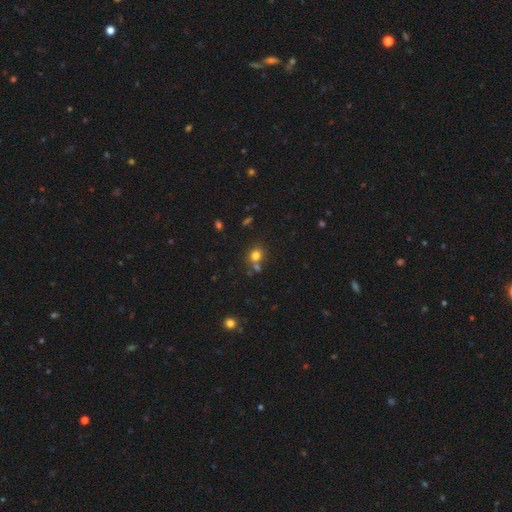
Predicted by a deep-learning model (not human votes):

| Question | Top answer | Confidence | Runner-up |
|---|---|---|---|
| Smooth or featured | smooth | 77% | star or artifact (15%) |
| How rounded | round | 77% | in between (22%) |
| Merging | none | 64% | merger (22%) |